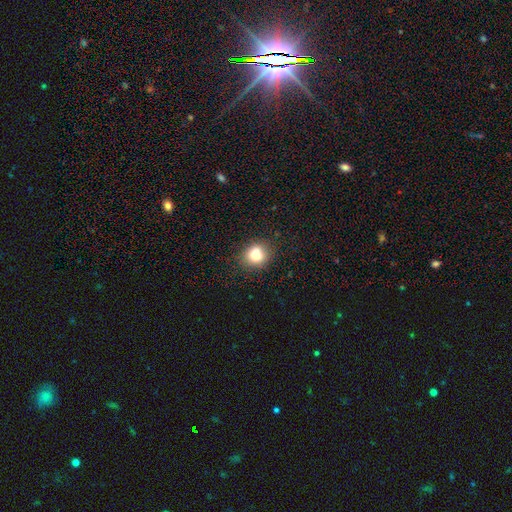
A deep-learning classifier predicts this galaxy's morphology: Smooth or featured: smooth — 80% (star or artifact — 12%)
How rounded: round — 70% (in between — 29%)
Merging: none — 75% (minor disturbance — 17%)